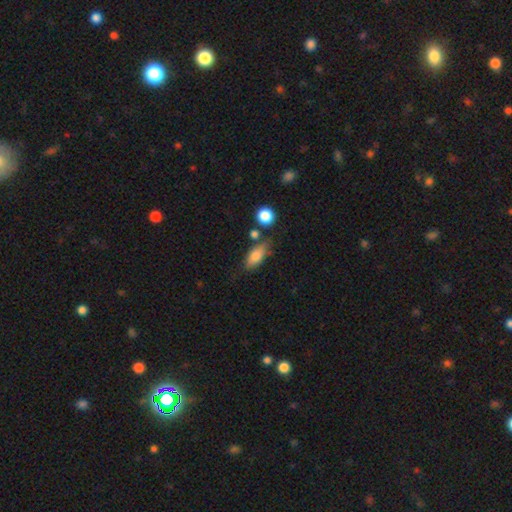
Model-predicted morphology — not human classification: type=smooth (80%); roundness=in between (83%); merging=none (62%).